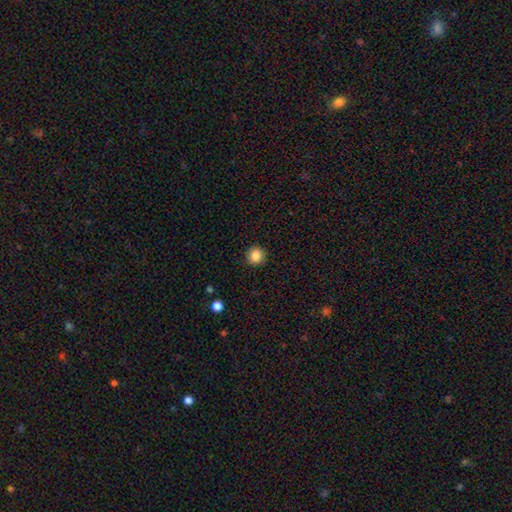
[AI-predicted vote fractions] A smooth galaxy with no disk features (86%) that is round (91%).

Vote fractions:
- Smooth or featured? smooth: 86% / star or artifact: 10% / featured or disk: 4%
- How rounded? round: 91% / in between: 8% / cigar-shaped: 1%
- Merging? none: 91% / minor disturbance: 6% / major disturbance: 2% / merger: 1%